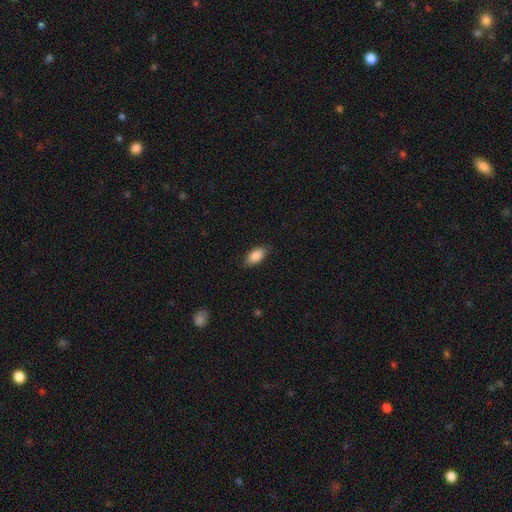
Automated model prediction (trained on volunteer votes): smooth 88%, star or artifact 7%, featured or disk 6%. Down the decision tree: how rounded — in between (91%); merging — none (84%).